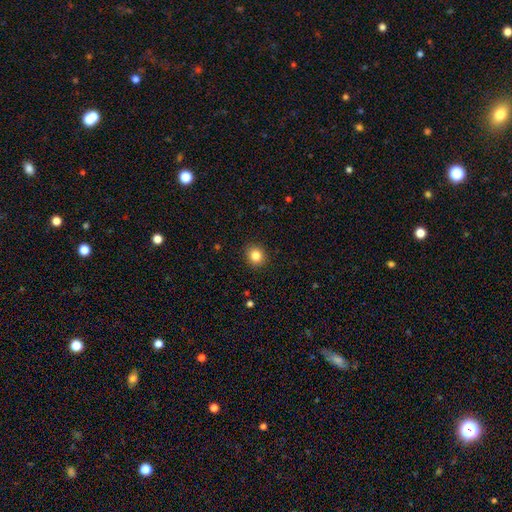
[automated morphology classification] smooth_or_featured: smooth (p=0.84) [alt: star or artifact p=0.10]
how_rounded: round (p=0.83) [alt: in between p=0.16]
merging: none (p=0.91) [alt: minor disturbance p=0.06]